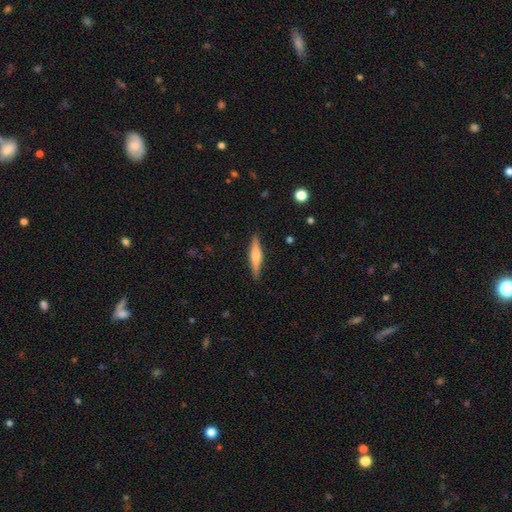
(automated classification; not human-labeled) Smooth or featured? Predicted: featured or disk (p=0.49). Merging? Predicted: none (p=0.88).